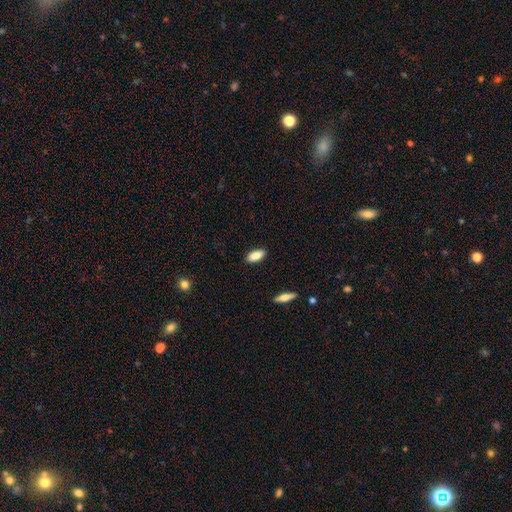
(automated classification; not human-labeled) The model was most divided on "how rounded": in between: 86%, cigar-shaped: 11%, round: 2%. More confident: merging — none (88%); smooth or featured — smooth (88%).